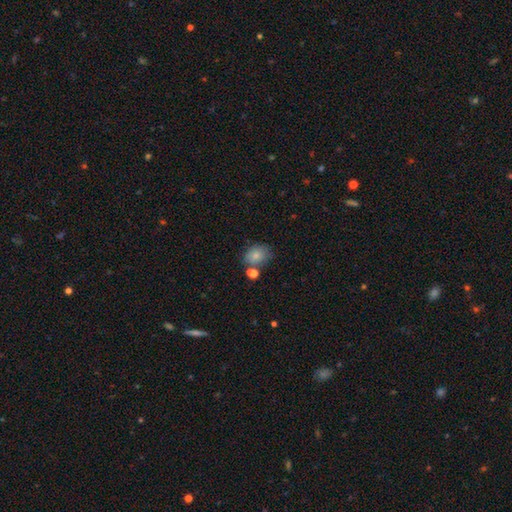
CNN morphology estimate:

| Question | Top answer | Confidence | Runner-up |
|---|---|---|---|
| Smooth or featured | smooth | 81% | star or artifact (10%) |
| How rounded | in between | 54% | round (45%) |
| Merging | none | 61% | minor disturbance (17%) |